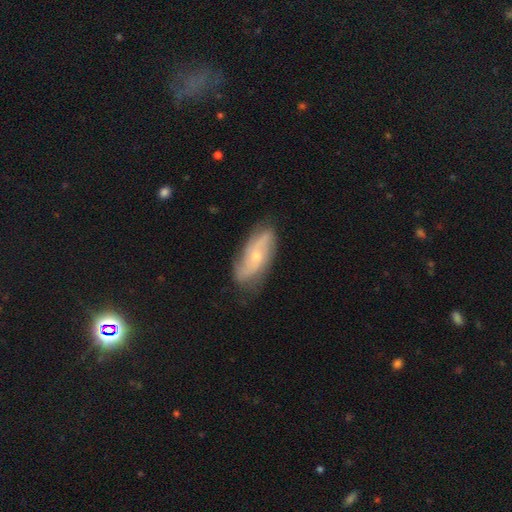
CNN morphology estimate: Smooth or featured? featured or disk (73%)
Edge-on disk? no (91%)
Bar? no (66%)
Spiral arms? yes (92%)
Spiral winding? loose (41%)
Spiral arm count? 2 (66%)
Bulge size? small (63%)
Merging? none (75%)